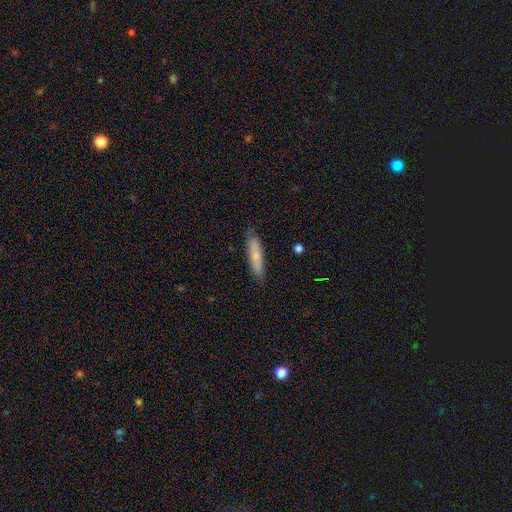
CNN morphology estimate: type=smooth (68%); roundness=cigar-shaped (79%); merging=none (79%).